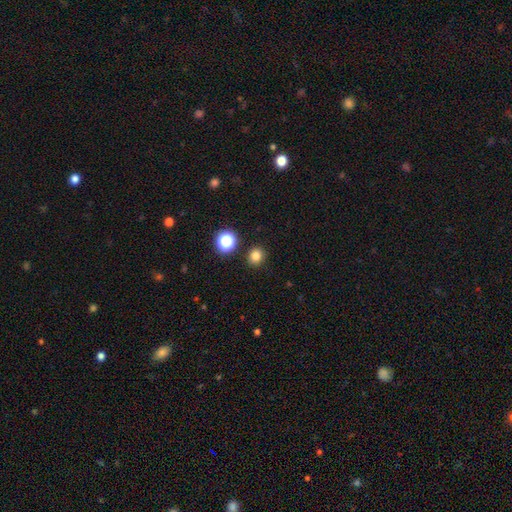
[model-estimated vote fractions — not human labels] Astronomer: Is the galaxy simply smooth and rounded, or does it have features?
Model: smooth — 80%.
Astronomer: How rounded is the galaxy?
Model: round — 77%.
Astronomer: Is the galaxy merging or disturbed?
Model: none — 88%.